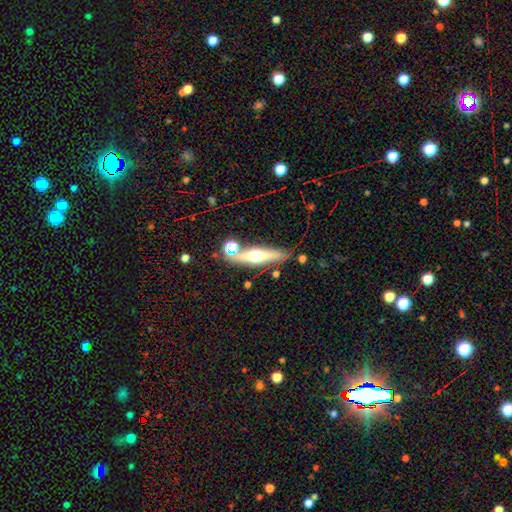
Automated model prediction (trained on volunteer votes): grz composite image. It shows a featured or disk galaxy (61%) viewed edge-on (90%) with a rounded central bulge (95%). Merging: none (74%).